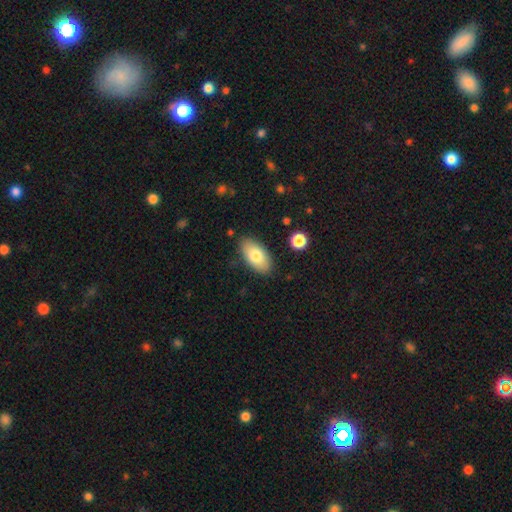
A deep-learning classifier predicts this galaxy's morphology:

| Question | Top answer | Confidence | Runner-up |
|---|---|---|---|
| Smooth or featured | smooth | 77% | featured or disk (16%) |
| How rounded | in between | 94% | cigar-shaped (3%) |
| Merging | none | 85% | minor disturbance (11%) |